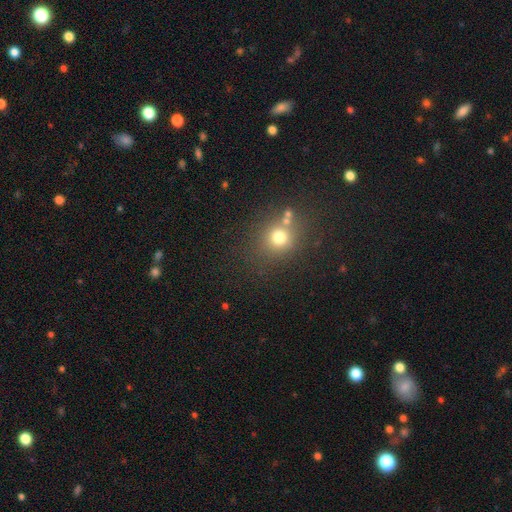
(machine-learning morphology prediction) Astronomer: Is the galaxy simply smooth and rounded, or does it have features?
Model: smooth — 55% (runner-up: star or artifact, 34%).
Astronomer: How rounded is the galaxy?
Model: round — 78%.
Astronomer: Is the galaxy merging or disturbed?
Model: none — 68%.